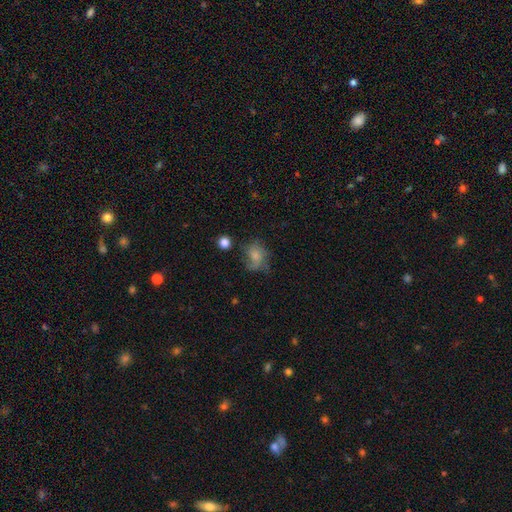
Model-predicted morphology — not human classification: smooth_or_featured: smooth (p=0.57) [alt: featured or disk p=0.31]
how_rounded: round (p=0.52) [alt: in between p=0.47]
merging: none (p=0.41) [alt: major disturbance p=0.27]